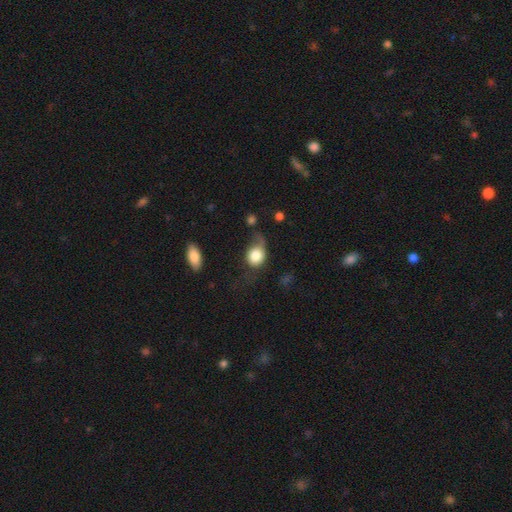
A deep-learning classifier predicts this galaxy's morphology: Smooth or featured?
  - smooth: 79% *
  - featured or disk: 13%
  - star or artifact: 8%
How rounded?
  - round: 61% *
  - in between: 37%
  - cigar-shaped: 1%
Merging?
  - major disturbance: 33% *
  - none: 31%
  - minor disturbance: 30%
  - merger: 6%